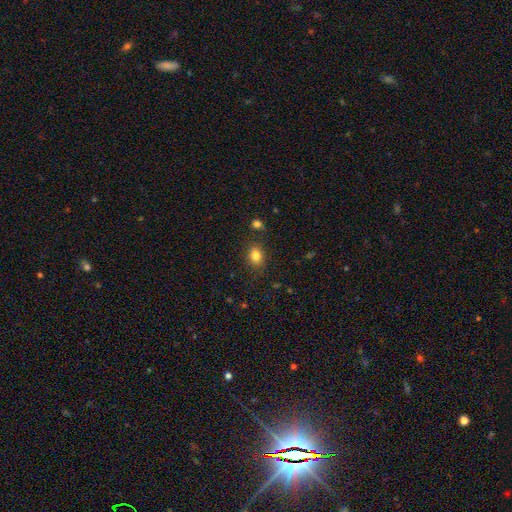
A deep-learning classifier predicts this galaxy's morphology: Smooth or featured: smooth — 82% (star or artifact — 11%)
How rounded: in between — 58% (round — 41%)
Merging: none — 82% (minor disturbance — 11%)